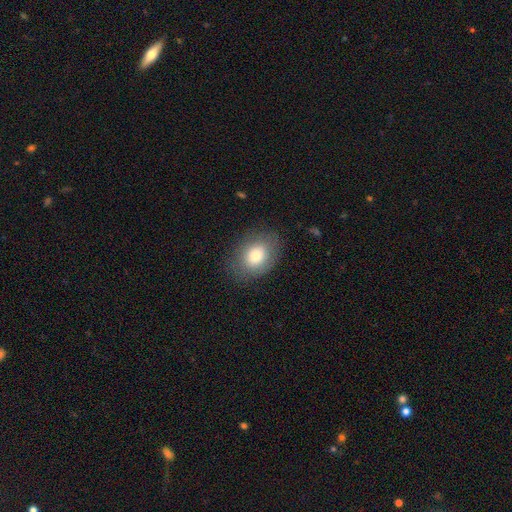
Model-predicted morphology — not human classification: Overall: smooth (78%). How rounded: in between (70%). Merging: none (82%).